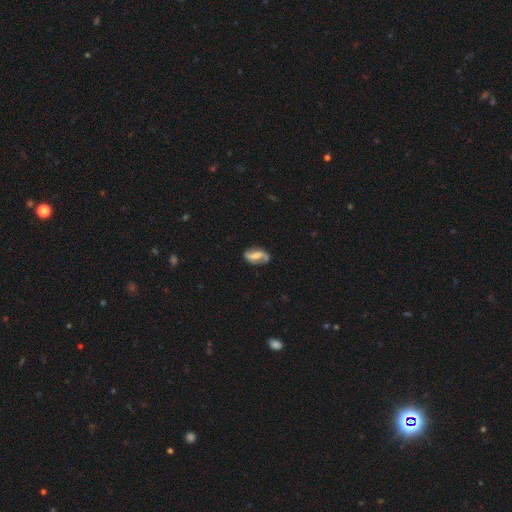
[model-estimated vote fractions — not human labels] A featured or disk galaxy (72%) with a weak bar (38%), 2 (90%) loose (60%) spiral arms (91%) and no central bulge (36%). Merging: none (75%).